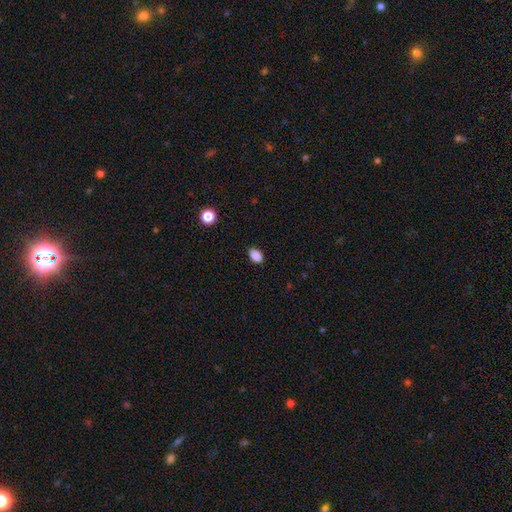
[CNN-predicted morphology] type=smooth (88%); roundness=in between (80%); merging=none (88%).